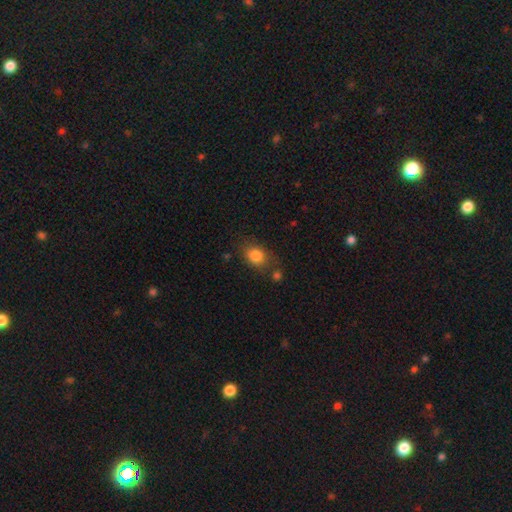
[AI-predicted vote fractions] Smooth or featured?
  - smooth: 83% *
  - star or artifact: 10%
  - featured or disk: 8%
How rounded?
  - in between: 52% *
  - round: 46%
  - cigar-shaped: 1%
Merging?
  - none: 69% *
  - minor disturbance: 18%
  - merger: 7%
  - major disturbance: 6%